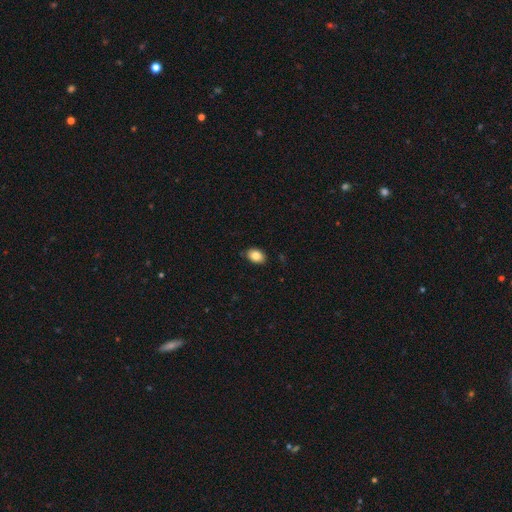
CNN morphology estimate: smooth-or-featured: smooth: 85% | star or artifact: 8% | featured or disk: 7%
  how-rounded: in between: 81% | round: 17% | cigar-shaped: 1%
  merging: none: 86% | minor disturbance: 11% | major disturbance: 2% | merger: 1%